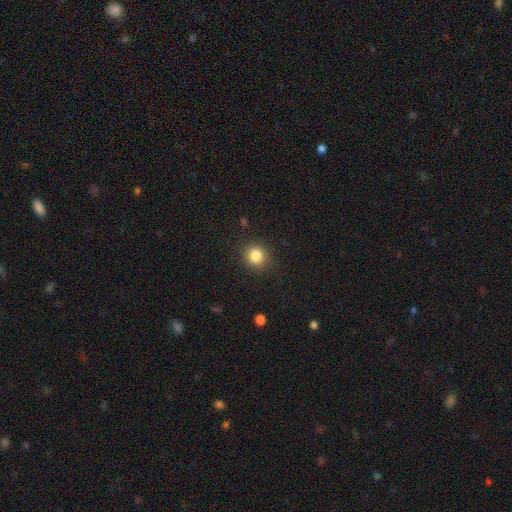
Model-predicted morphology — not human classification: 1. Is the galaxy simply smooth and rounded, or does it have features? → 84% smooth, 11% star or artifact, 5% featured or disk.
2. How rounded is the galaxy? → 90% round, 9% in between, 1% cigar-shaped.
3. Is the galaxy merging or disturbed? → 90% none, 6% minor disturbance, 2% major disturbance, 1% merger.